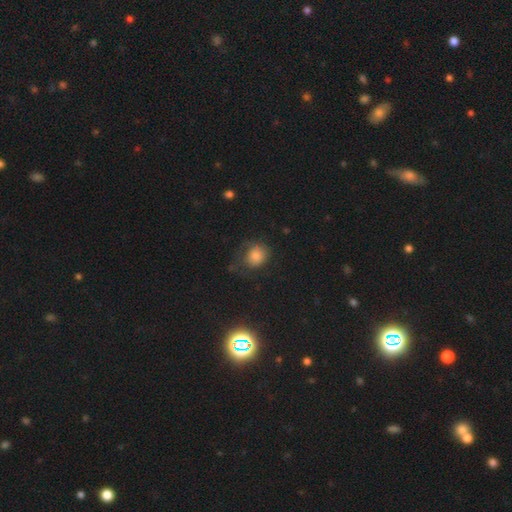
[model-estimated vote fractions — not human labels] smooth-or-featured: smooth: 73% | star or artifact: 16% | featured or disk: 12%
  how-rounded: round: 70% | in between: 28% | cigar-shaped: 1%
  merging: none: 52% | minor disturbance: 25% | major disturbance: 21% | merger: 2%